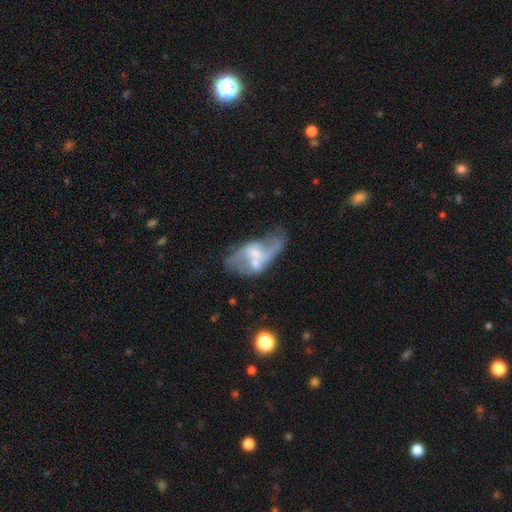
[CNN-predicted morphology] Smooth or featured?
  - featured or disk: 67% *
  - smooth: 26%
  - star or artifact: 7%
Edge-on disk?
  - no: 95% *
  - yes: 5%
Bar?
  - no: 55% *
  - weak: 35%
  - strong: 10%
Spiral arms?
  - yes: 60% *
  - no: 40%
Bulge size?
  - moderate: 41% *
  - small: 35%
  - none: 16%
  - large: 7%
  - dominant: 2%
Merging?
  - none: 29% *
  - merger: 28%
  - major disturbance: 24%
  - minor disturbance: 19%